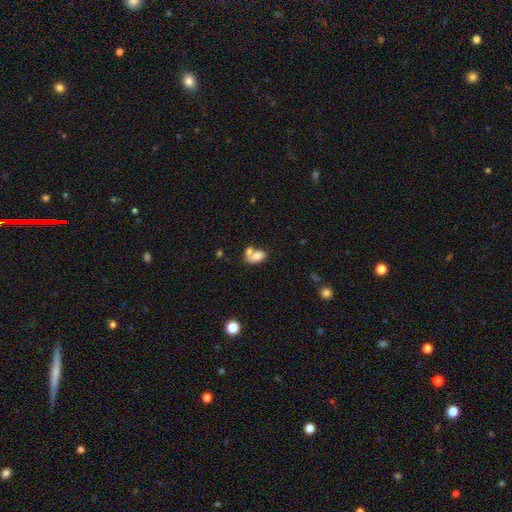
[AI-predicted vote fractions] Morphology: type=smooth (76%); roundness=in between (87%); merging=merger (55%).